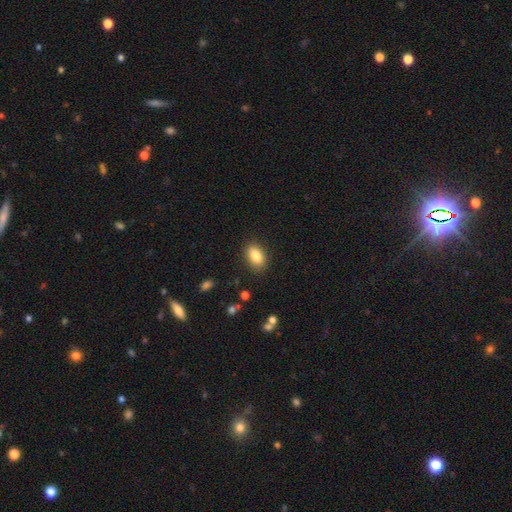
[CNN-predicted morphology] This is clearly a smooth galaxy (86%). How rounded: clearly in between (89%). Merging: clearly none (88%).